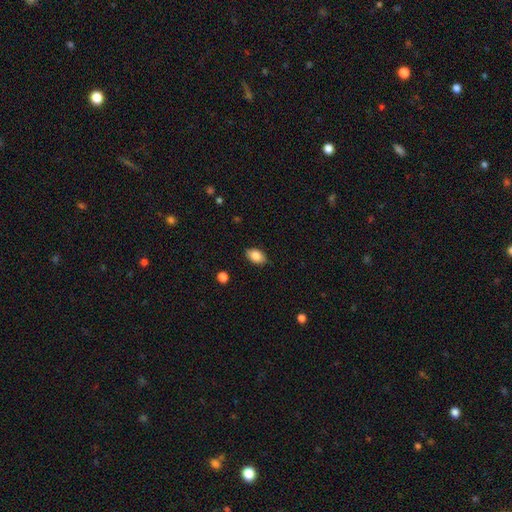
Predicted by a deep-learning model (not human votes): Smooth or featured?
  - smooth: 84% *
  - featured or disk: 8%
  - star or artifact: 7%
How rounded?
  - in between: 91% *
  - round: 8%
  - cigar-shaped: 2%
Merging?
  - none: 86% *
  - minor disturbance: 11%
  - major disturbance: 2%
  - merger: 1%